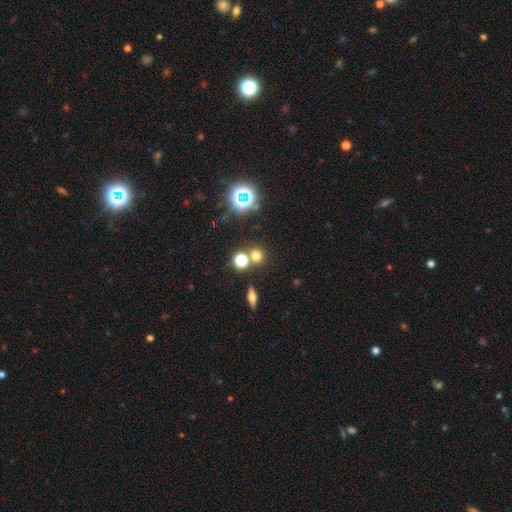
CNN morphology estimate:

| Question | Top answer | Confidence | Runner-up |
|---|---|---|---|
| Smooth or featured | smooth | 63% | star or artifact (28%) |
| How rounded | round | 88% | in between (11%) |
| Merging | none | 69% | merger (20%) |